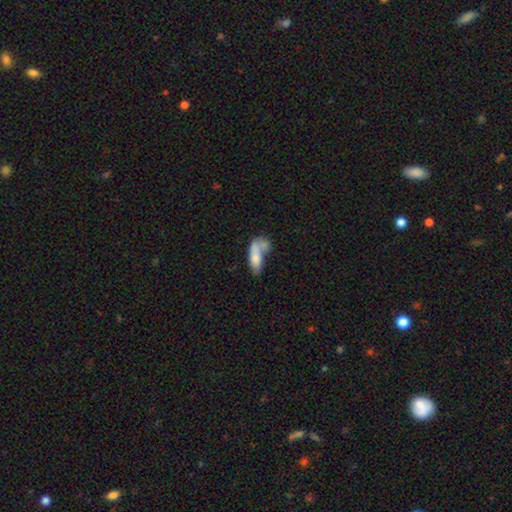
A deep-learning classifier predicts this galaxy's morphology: The model was most divided on "merging": merger: 51%, none: 23%, minor disturbance: 13%, major disturbance: 13%. More confident: how rounded — in between (71%); smooth or featured — smooth (71%).